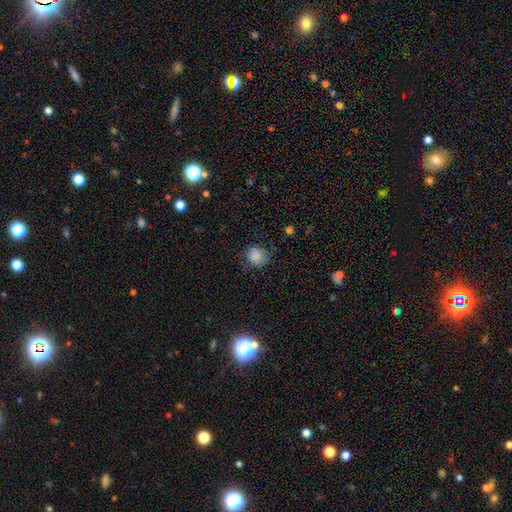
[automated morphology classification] type=smooth (83%); roundness=round (73%); merging=none (69%).